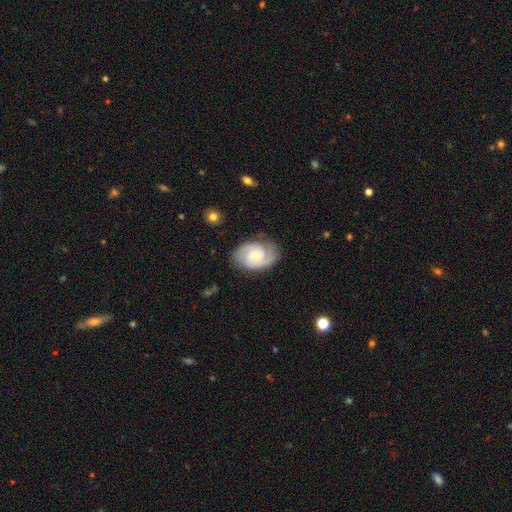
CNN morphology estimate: This appears to be a featured or disk galaxy (82%) with no bar (57%), 2 (78%) medium (45%, tied with tight) spiral arms (96%) and a small central bulge (50%). Merging: none (78%).